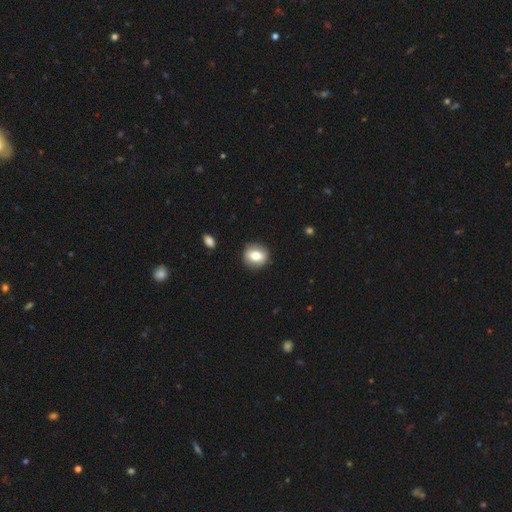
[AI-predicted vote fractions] Overall: smooth (72%). How rounded: round (77%). Merging: none (87%).